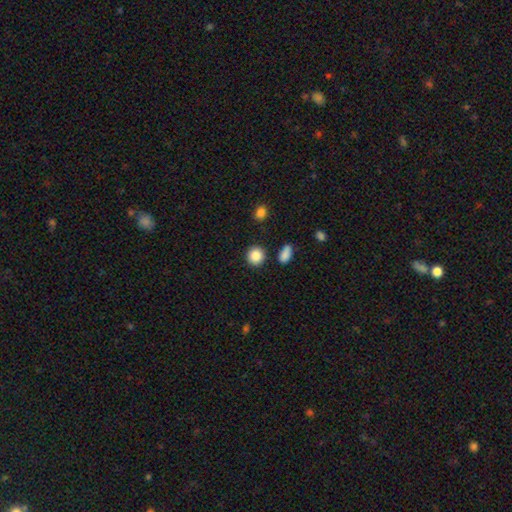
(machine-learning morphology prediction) Smooth or featured? smooth (88%)
How rounded? round (88%)
Merging? none (87%)